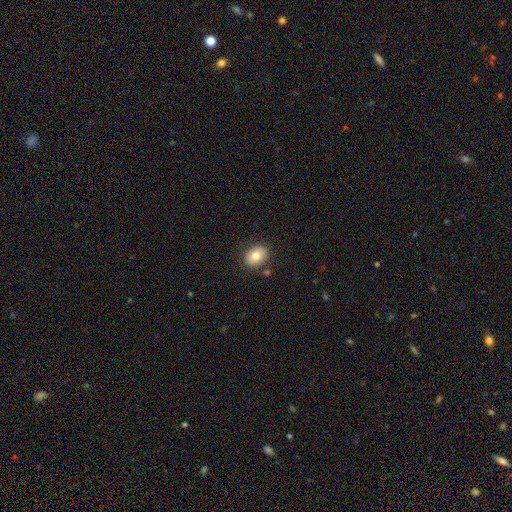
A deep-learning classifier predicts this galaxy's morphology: smooth_or_featured: smooth (p=0.78) [alt: featured or disk p=0.13]
how_rounded: in between (p=0.57) [alt: round p=0.42]
merging: none (p=0.83) [alt: minor disturbance p=0.11]